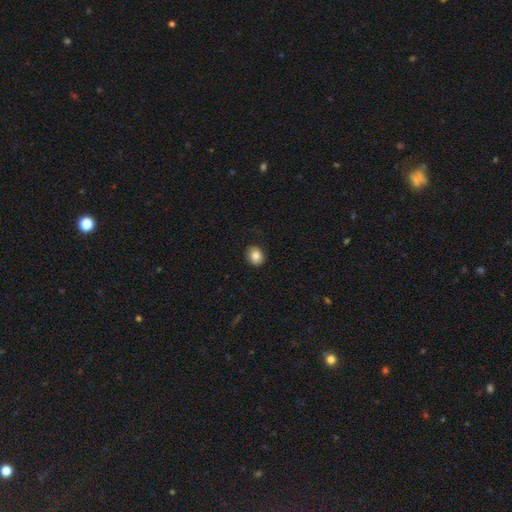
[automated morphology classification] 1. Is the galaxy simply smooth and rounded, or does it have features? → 84% smooth, 9% star or artifact, 7% featured or disk.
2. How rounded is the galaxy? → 67% round, 32% in between, 1% cigar-shaped.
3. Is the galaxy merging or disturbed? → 88% none, 9% minor disturbance, 2% major disturbance, 1% merger.